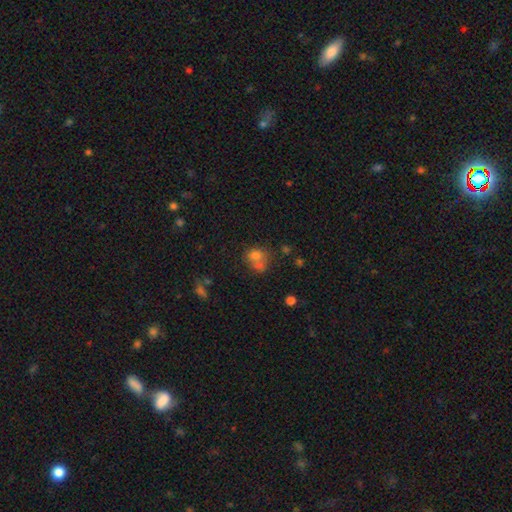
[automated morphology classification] This is likely a smooth galaxy (70%). How rounded: possibly round (55%). Merging: possibly merger (48%).